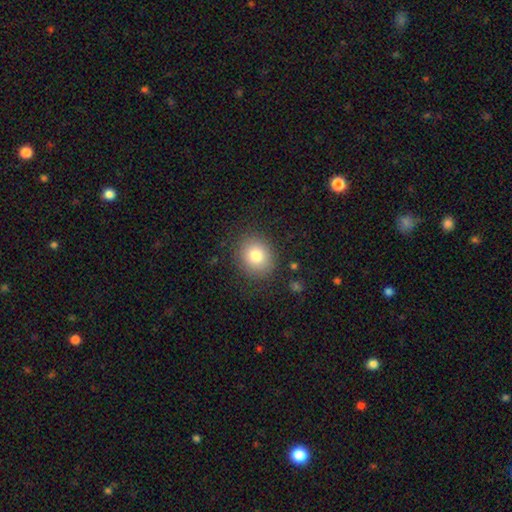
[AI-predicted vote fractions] Smooth or featured? Predicted: smooth (p=0.80). How rounded? Predicted: round (p=0.72). Merging? Predicted: none (p=0.85).